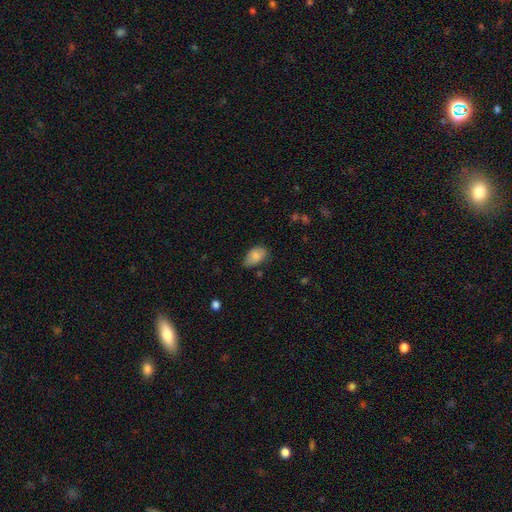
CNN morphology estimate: This appears to be a smooth galaxy with no disk features (83%) that is in between round and cigar-shaped (89%). Merging: none (52%).